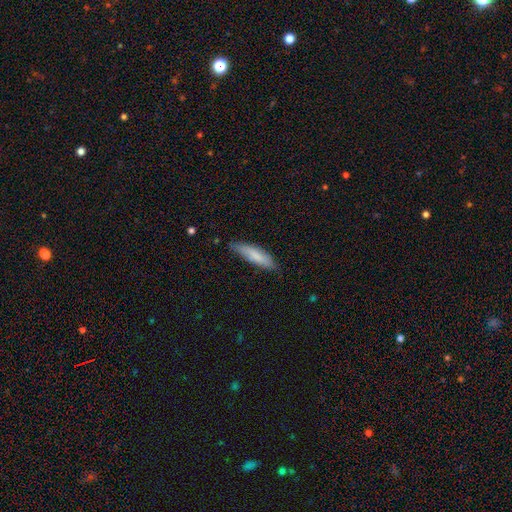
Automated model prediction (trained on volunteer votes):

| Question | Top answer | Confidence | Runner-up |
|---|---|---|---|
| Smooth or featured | smooth | 79% | featured or disk (15%) |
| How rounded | cigar-shaped | 69% | in between (29%) |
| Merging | none | 73% | minor disturbance (22%) |